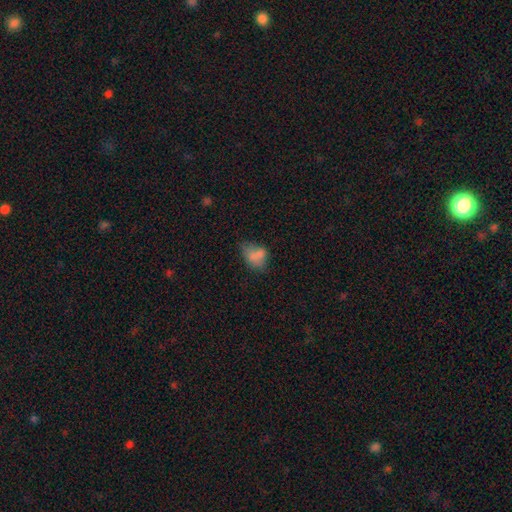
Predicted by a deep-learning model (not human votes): Morphology: type=smooth (71%); roundness=in between (77%); merging=none (36%).